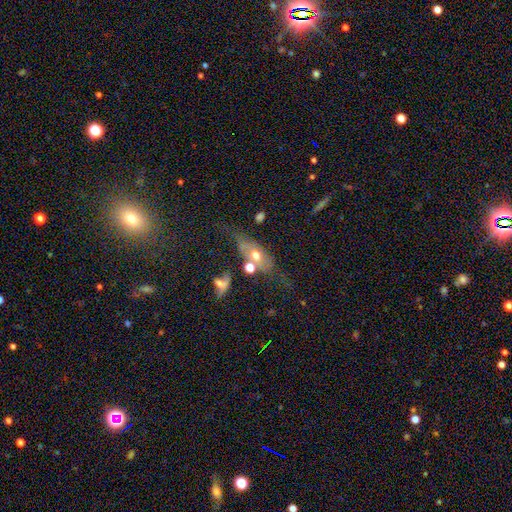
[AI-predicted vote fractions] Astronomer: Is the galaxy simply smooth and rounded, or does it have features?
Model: smooth — 45% (runner-up: featured or disk, 44%).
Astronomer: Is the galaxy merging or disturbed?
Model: none — 44% (runner-up: minor disturbance, 22%).